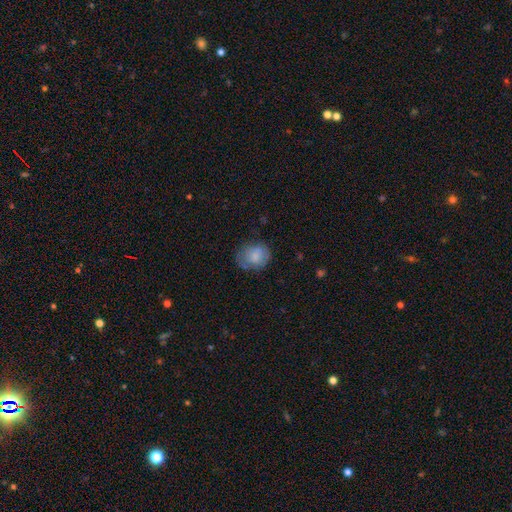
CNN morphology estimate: A smooth galaxy with no disk features (76%) that is round (59%). Merging: none (59%).